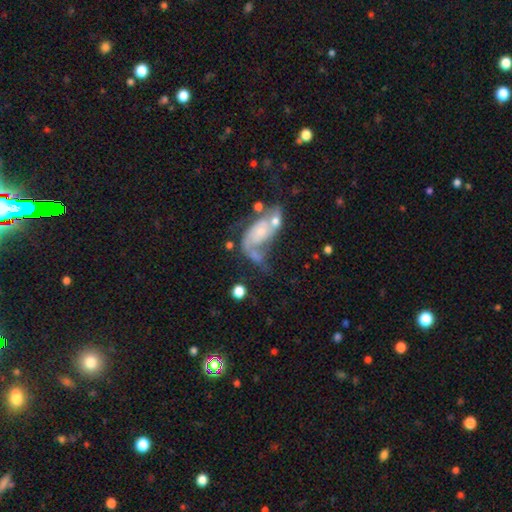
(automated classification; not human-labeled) Smooth or featured?
  - featured or disk: 71% *
  - smooth: 21%
  - star or artifact: 8%
Edge-on disk?
  - no: 96% *
  - yes: 4%
Bar?
  - no: 73% *
  - weak: 21%
  - strong: 6%
Spiral arms?
  - yes: 81% *
  - no: 19%
Spiral winding?
  - loose: 42% *
  - medium: 36%
  - tight: 23%
Spiral arm count?
  - 2: 52% *
  - 1: 32%
  - can't tell: 12%
  - 3: 2%
  - 4: 1%
  - more than 4: 1%
Bulge size?
  - small: 62% *
  - moderate: 25%
  - none: 9%
  - large: 3%
  - dominant: 2%
Merging?
  - merger: 31% *
  - major disturbance: 28%
  - none: 25%
  - minor disturbance: 16%